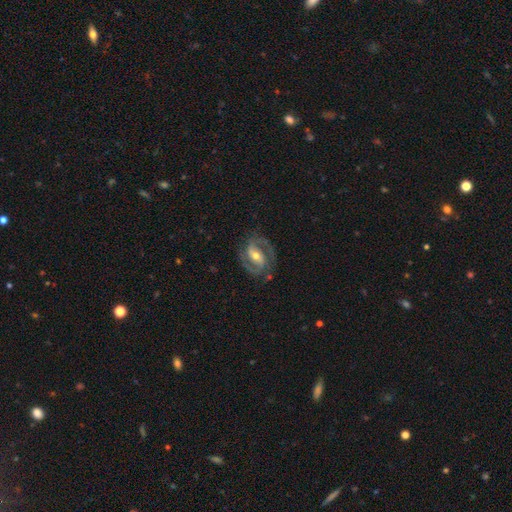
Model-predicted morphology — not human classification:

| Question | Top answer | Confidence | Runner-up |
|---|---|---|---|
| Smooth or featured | featured or disk | 90% | smooth (6%) |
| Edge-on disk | no | 97% | yes (3%) |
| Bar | strong | 43% | weak (37%) |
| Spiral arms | yes | 97% | no (3%) |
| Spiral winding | medium | 54% | tight (34%) |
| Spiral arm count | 2 | 92% | can't tell (3%) |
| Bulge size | moderate | 59% | small (36%) |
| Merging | none | 81% | minor disturbance (12%) |